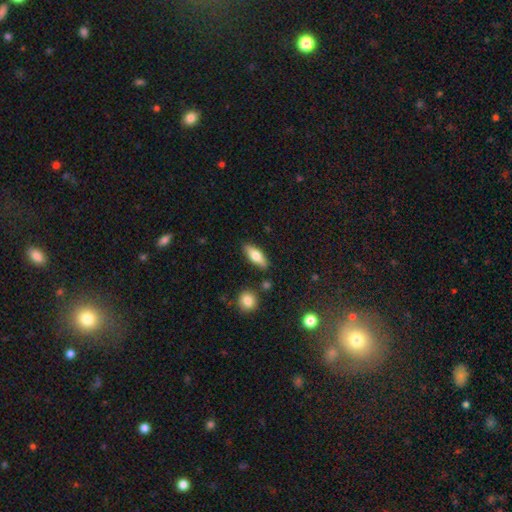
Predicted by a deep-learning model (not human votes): Q: Smooth or featured?
A: smooth (65%); runner-up: featured or disk (29%)
Q: How rounded?
A: in between (61%); runner-up: cigar-shaped (36%)
Q: Merging?
A: none (84%); runner-up: minor disturbance (10%)